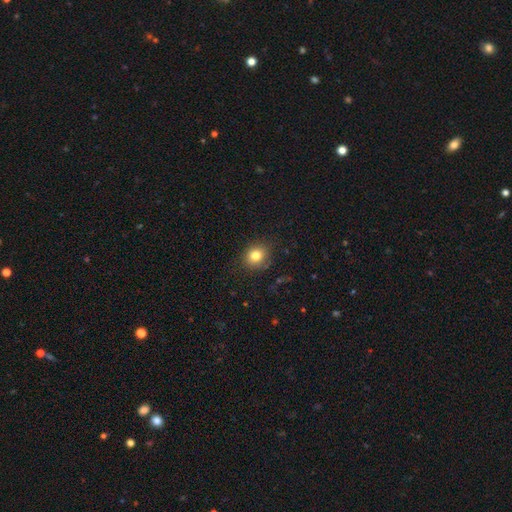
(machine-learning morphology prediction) Q: Smooth or featured?
A: smooth (81%); runner-up: star or artifact (12%)
Q: How rounded?
A: round (70%); runner-up: in between (29%)
Q: Merging?
A: none (84%); runner-up: minor disturbance (11%)